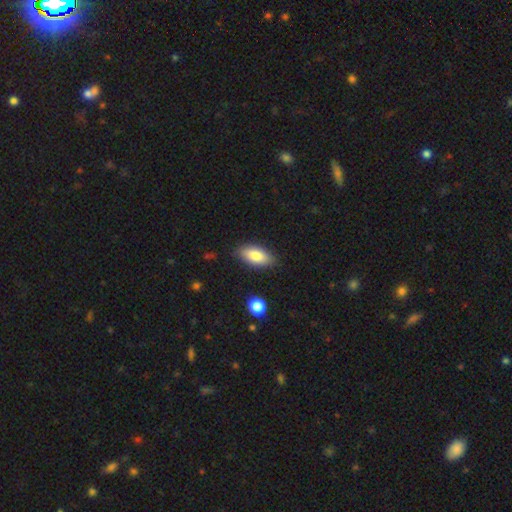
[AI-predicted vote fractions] A smooth galaxy with no disk features (82%) that is in between round and cigar-shaped (87%). Merging: none (85%).